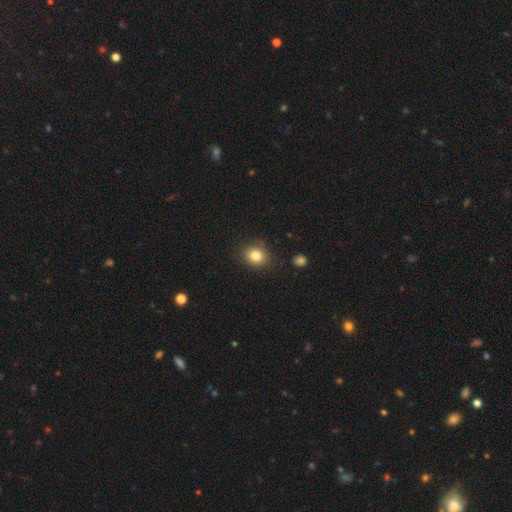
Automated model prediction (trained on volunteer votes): smooth-or-featured: smooth: 81% | star or artifact: 11% | featured or disk: 8%
  how-rounded: round: 69% | in between: 30% | cigar-shaped: 1%
  merging: none: 79% | minor disturbance: 15% | major disturbance: 4% | merger: 2%